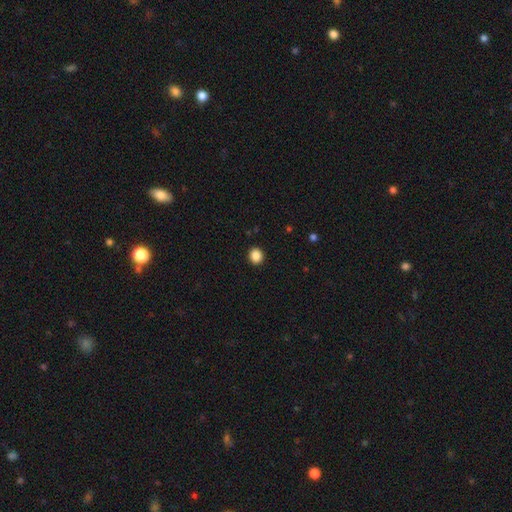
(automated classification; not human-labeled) smooth 88%, star or artifact 10%, featured or disk 3%. Down the decision tree: how rounded — round (77%); merging — none (92%).